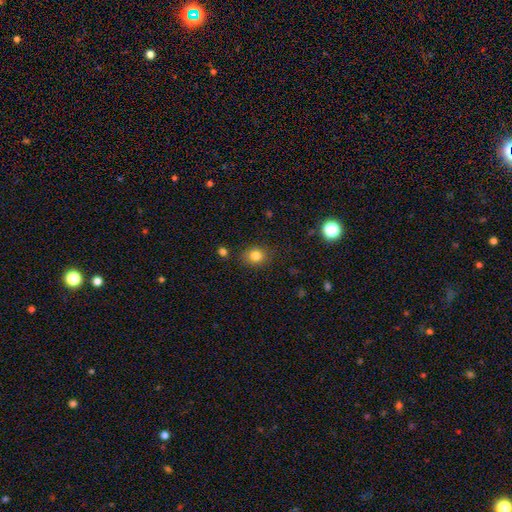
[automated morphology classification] Smooth or featured? smooth (81%)
How rounded? round (63%)
Merging? none (85%)